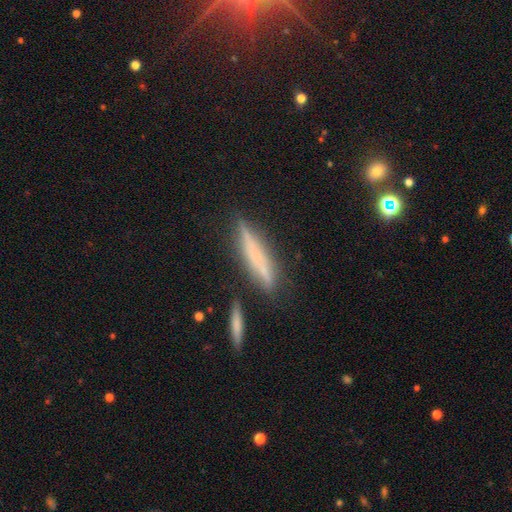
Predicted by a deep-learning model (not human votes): Q: Smooth or featured?
A: smooth (50%); runner-up: featured or disk (40%)
Q: How rounded?
A: cigar-shaped (86%); runner-up: in between (12%)
Q: Merging?
A: none (71%); runner-up: minor disturbance (18%)